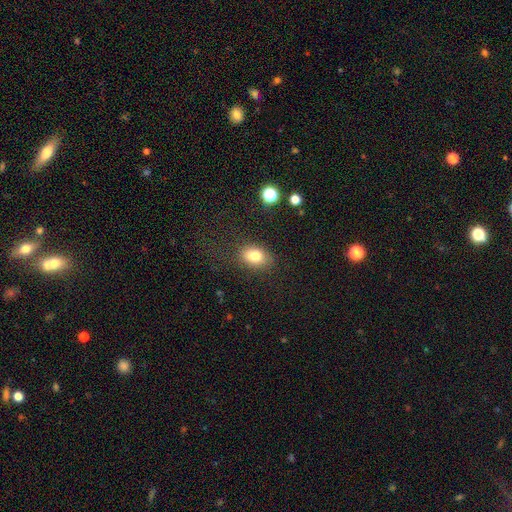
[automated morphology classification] Smooth or featured?
  - smooth: 81% *
  - star or artifact: 10%
  - featured or disk: 9%
How rounded?
  - in between: 81% *
  - round: 17%
  - cigar-shaped: 2%
Merging?
  - none: 72% *
  - minor disturbance: 17%
  - major disturbance: 7%
  - merger: 3%